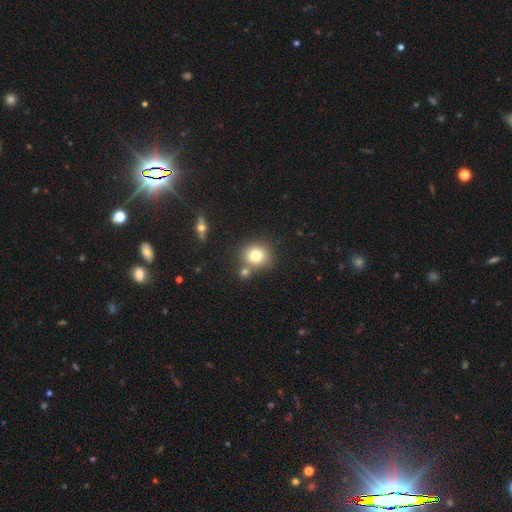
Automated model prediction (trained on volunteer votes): Smooth or featured?
  - smooth: 76% *
  - featured or disk: 12%
  - star or artifact: 12%
How rounded?
  - round: 84% *
  - in between: 15%
  - cigar-shaped: 1%
Merging?
  - none: 68% *
  - merger: 19%
  - minor disturbance: 10%
  - major disturbance: 3%